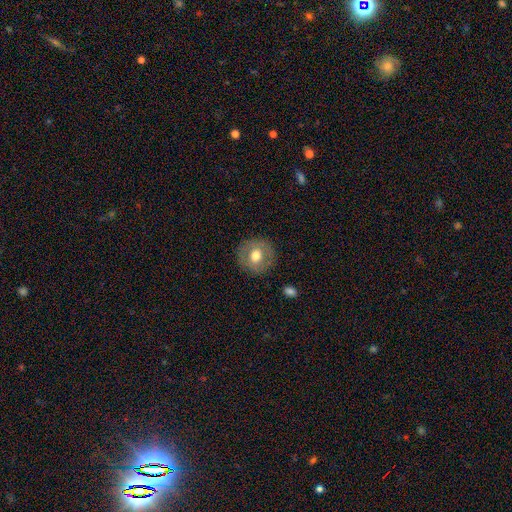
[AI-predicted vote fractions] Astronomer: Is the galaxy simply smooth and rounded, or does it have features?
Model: smooth — 64%.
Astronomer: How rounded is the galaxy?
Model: round — 92%.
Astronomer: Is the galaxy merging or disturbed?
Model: none — 87%.